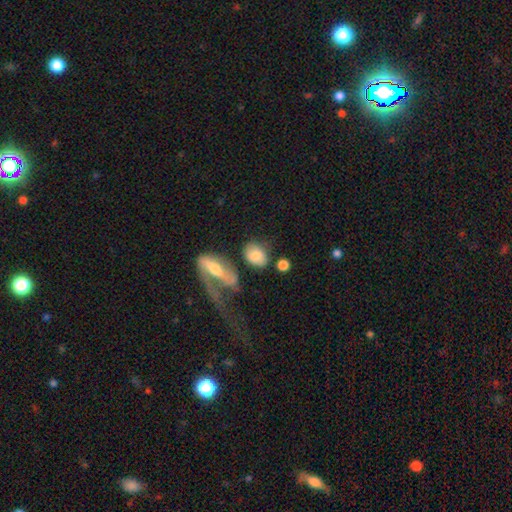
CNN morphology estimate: smooth-or-featured: smooth: 76% | featured or disk: 17% | star or artifact: 7%
  how-rounded: in between: 68% | round: 28% | cigar-shaped: 3%
  merging: none: 53% | minor disturbance: 20% | merger: 16% | major disturbance: 11%